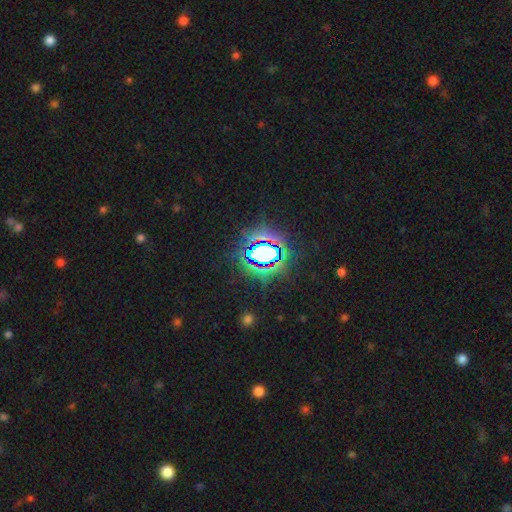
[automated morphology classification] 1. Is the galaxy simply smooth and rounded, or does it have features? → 73% star or artifact, 17% smooth, 10% featured or disk.